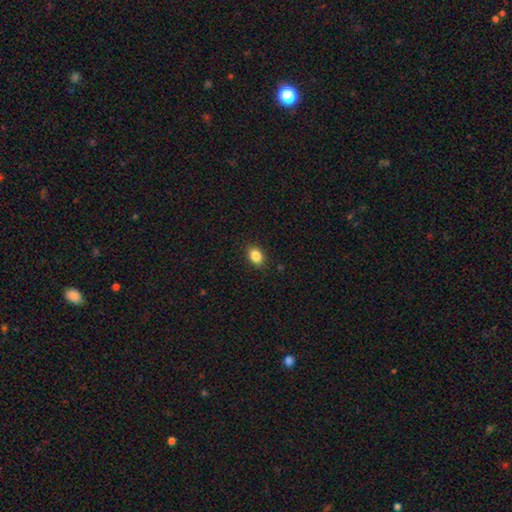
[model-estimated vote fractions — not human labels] Smooth or featured: smooth — 87% (star or artifact — 9%)
How rounded: in between — 75% (round — 23%)
Merging: none — 88% (minor disturbance — 9%)